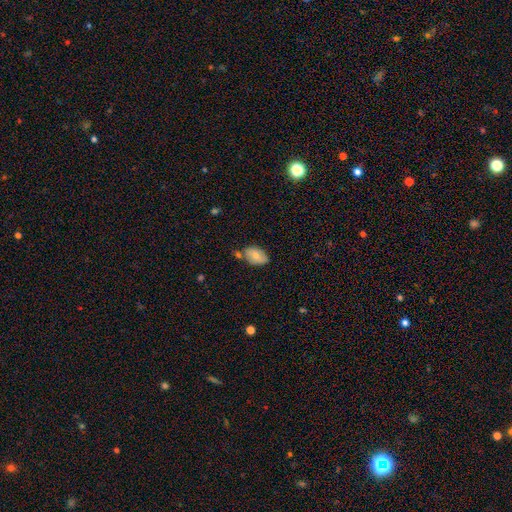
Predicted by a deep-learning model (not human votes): Smooth or featured? smooth (77%)
How rounded? in between (90%)
Merging? none (61%)